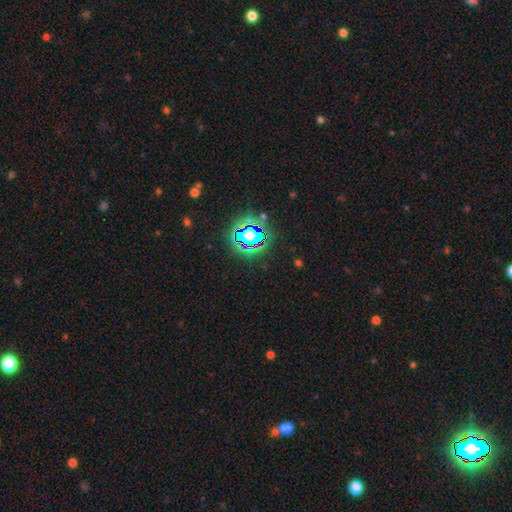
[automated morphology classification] Smooth or featured? star or artifact (80%)